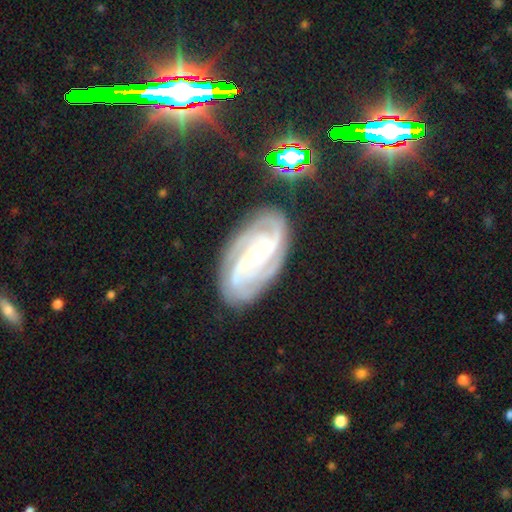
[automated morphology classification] Smooth or featured?
  - featured or disk: 86% *
  - smooth: 7%
  - star or artifact: 6%
Edge-on disk?
  - no: 95% *
  - yes: 5%
Bar?
  - weak: 39% *
  - strong: 32%
  - no: 30%
Spiral arms?
  - yes: 97% *
  - no: 3%
Spiral winding?
  - tight: 55% *
  - medium: 35%
  - loose: 10%
Spiral arm count?
  - 3: 28% *
  - 2: 24%
  - 4: 19%
  - can't tell: 18%
  - more than 4: 6%
  - 1: 5%
Bulge size?
  - small: 61% *
  - moderate: 34%
  - large: 2%
  - none: 2%
  - dominant: 1%
Merging?
  - none: 80% *
  - minor disturbance: 14%
  - major disturbance: 4%
  - merger: 2%